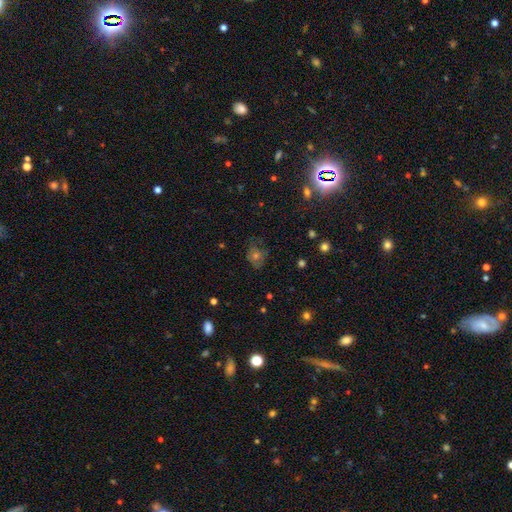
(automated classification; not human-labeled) The model was most divided on "smooth or featured": smooth: 38%, star or artifact: 32%, featured or disk: 29%. More confident: merging — none (69%).